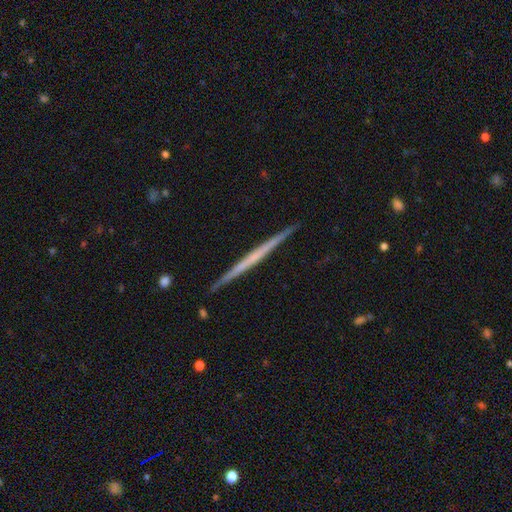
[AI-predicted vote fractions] A featured or disk galaxy (64%) viewed edge-on (98%) with no central bulge (89%). Merging: none (92%).